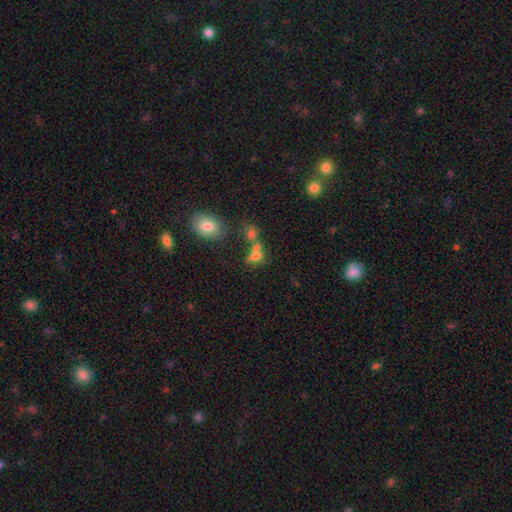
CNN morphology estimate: This is likely a smooth galaxy (69%). How rounded: likely in between (68%). Merging: possibly merger (50%).